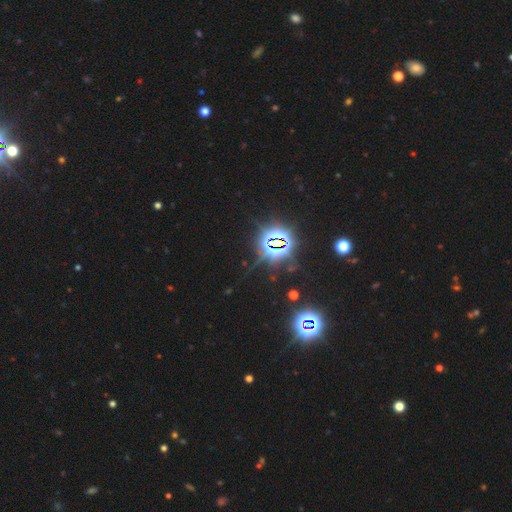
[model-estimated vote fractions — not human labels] smooth-or-featured: star or artifact: 84% | smooth: 10% | featured or disk: 6%